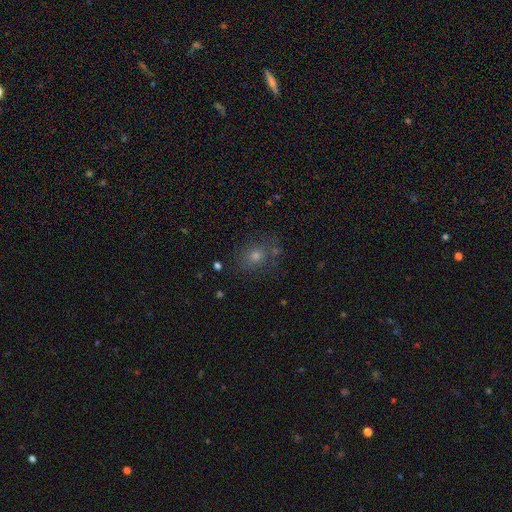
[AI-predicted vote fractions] A smooth galaxy with no disk features (60%) that is round (65%).

Vote fractions:
- Smooth or featured? smooth: 60% / star or artifact: 26% / featured or disk: 14%
- How rounded? round: 65% / in between: 34% / cigar-shaped: 1%
- Merging? none: 75% / minor disturbance: 13% / merger: 6% / major disturbance: 5%